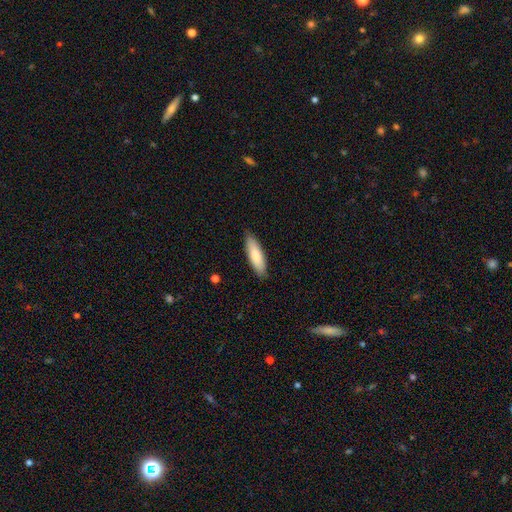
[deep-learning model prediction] Smooth or featured?
  - smooth: 79% *
  - featured or disk: 16%
  - star or artifact: 5%
How rounded?
  - cigar-shaped: 50% *
  - in between: 49%
  - round: 1%
Merging?
  - none: 86% *
  - minor disturbance: 11%
  - major disturbance: 2%
  - merger: 1%